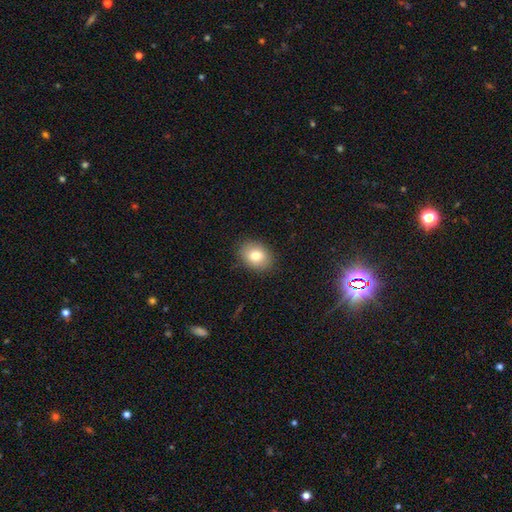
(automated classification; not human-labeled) Smooth or featured? Predicted: smooth (p=0.79). How rounded? Predicted: in between (p=0.62). Merging? Predicted: none (p=0.87).